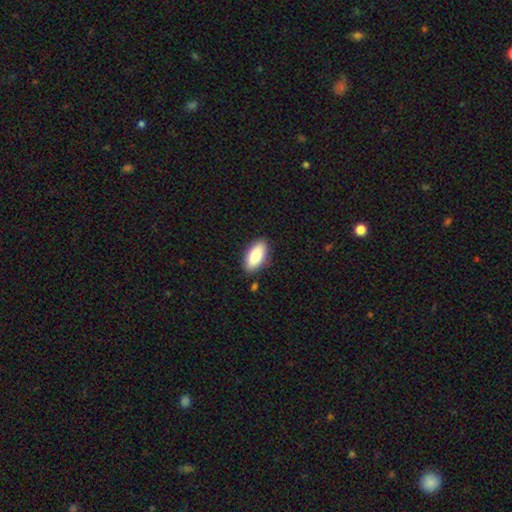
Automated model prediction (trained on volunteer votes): smooth 81%, featured or disk 13%, star or artifact 6%. Down the decision tree: how rounded — in between (89%); merging — none (86%).